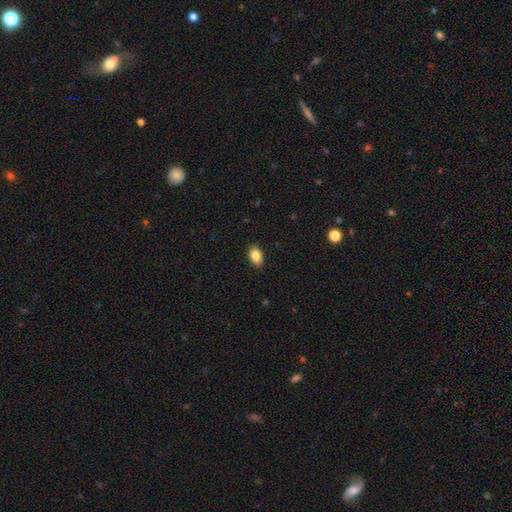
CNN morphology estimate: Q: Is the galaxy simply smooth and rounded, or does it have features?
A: smooth — 86%.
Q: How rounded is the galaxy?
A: in between — 90%.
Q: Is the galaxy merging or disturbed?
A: none — 90%.